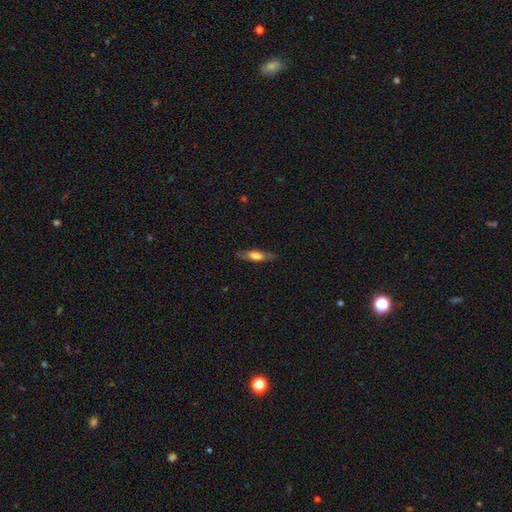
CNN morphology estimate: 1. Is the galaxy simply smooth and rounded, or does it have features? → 56% smooth, 37% featured or disk, 7% star or artifact.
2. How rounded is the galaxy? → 60% cigar-shaped, 38% in between, 2% round.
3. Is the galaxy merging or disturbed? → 80% none, 14% minor disturbance, 4% major disturbance, 1% merger.